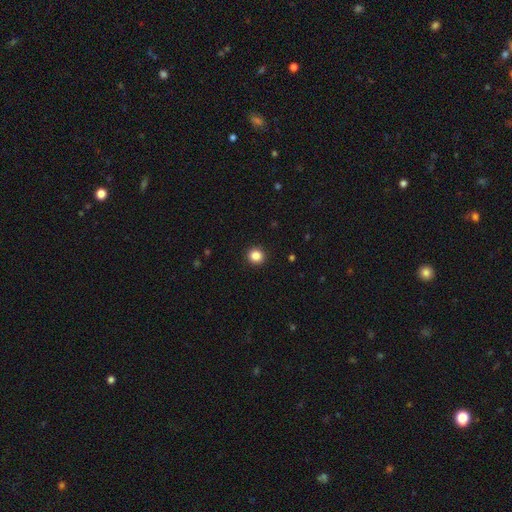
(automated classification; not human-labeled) The model was most divided on "smooth or featured": smooth: 86%, star or artifact: 11%, featured or disk: 3%. More confident: merging — none (93%); how rounded — round (93%).